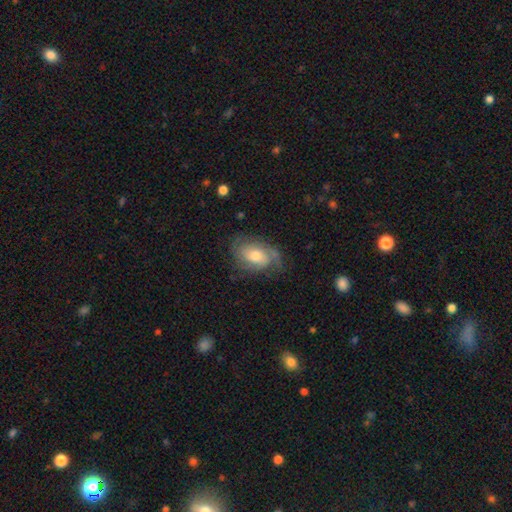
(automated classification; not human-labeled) Smooth or featured: featured or disk — 67% (smooth — 26%)
Edge-on disk: no — 95% (yes — 5%)
Bar: no — 69% (weak — 26%)
Spiral arms: yes — 87% (no — 13%)
Spiral winding: tight — 43% (medium — 39%)
Spiral arm count: 2 — 36% (can't tell — 32%)
Bulge size: moderate — 68% (small — 19%)
Merging: none — 62% (minor disturbance — 24%)